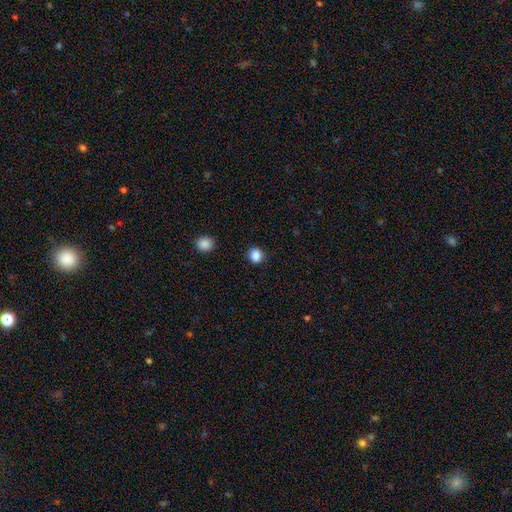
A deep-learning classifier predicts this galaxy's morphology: smooth_or_featured: smooth (p=0.87) [alt: star or artifact p=0.10]
how_rounded: round (p=0.79) [alt: in between p=0.20]
merging: none (p=0.88) [alt: minor disturbance p=0.08]